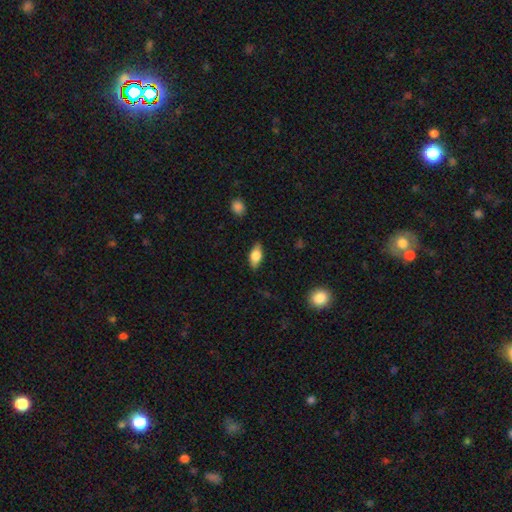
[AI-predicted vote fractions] This is likely a smooth galaxy (72%). How rounded: clearly in between (85%). Merging: clearly none (83%).